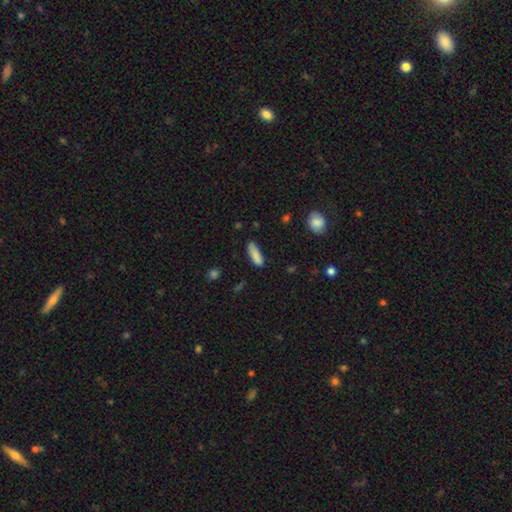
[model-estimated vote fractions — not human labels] This appears to be a smooth galaxy with no disk features (85%) that is in between round and cigar-shaped (52%). Merging: none (71%).